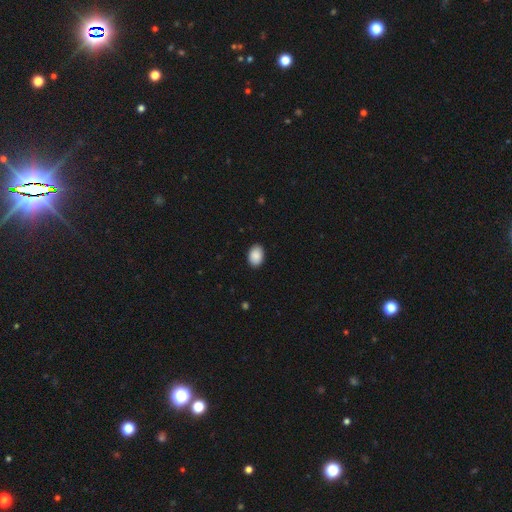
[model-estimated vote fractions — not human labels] This appears to be a smooth galaxy with no disk features (90%) that is in between round and cigar-shaped (82%). Merging: none (90%).